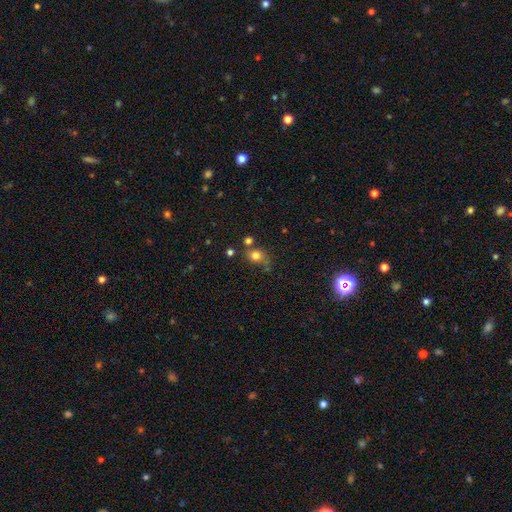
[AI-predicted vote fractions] This appears to be a smooth galaxy with no disk features (77%) that is round (69%). Merging: none (62%).